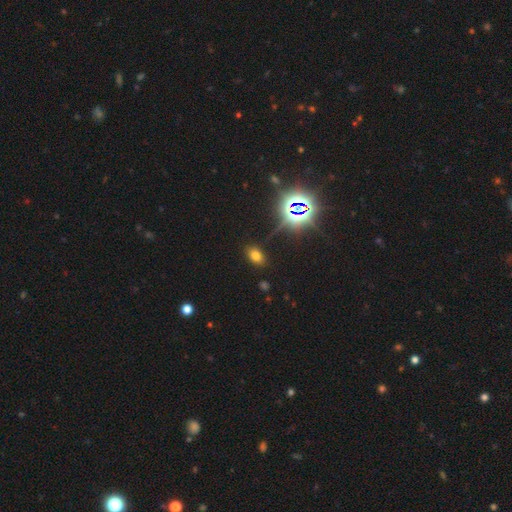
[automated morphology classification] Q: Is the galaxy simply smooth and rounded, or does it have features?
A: smooth — 64%.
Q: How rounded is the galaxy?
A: in between — 83%.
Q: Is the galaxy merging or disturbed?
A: none — 84%.